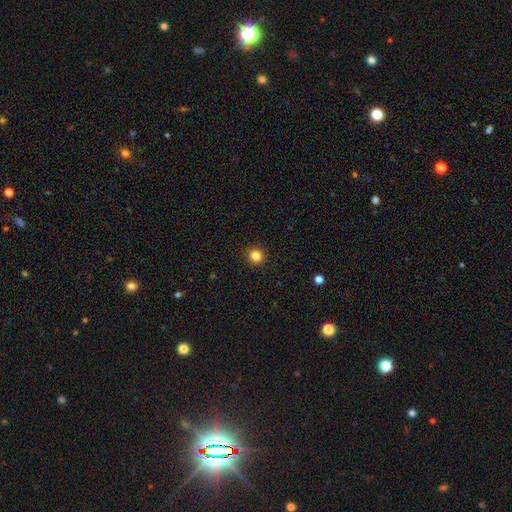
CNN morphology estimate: Smooth or featured: smooth — 83% (star or artifact — 13%)
How rounded: round — 95% (in between — 5%)
Merging: none — 93% (minor disturbance — 4%)